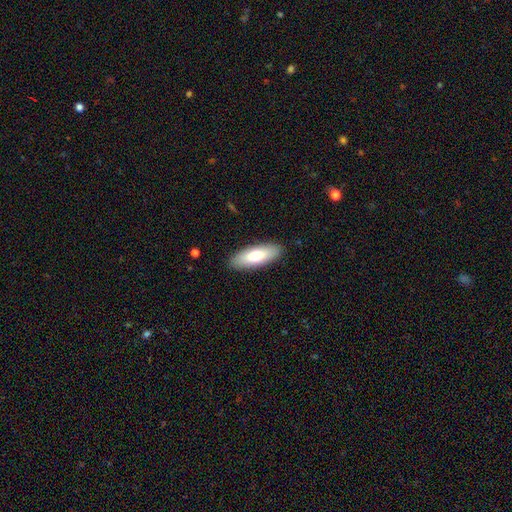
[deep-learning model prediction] smooth 74%, featured or disk 20%, star or artifact 6%. Down the decision tree: how rounded — in between (65%); merging — none (89%).